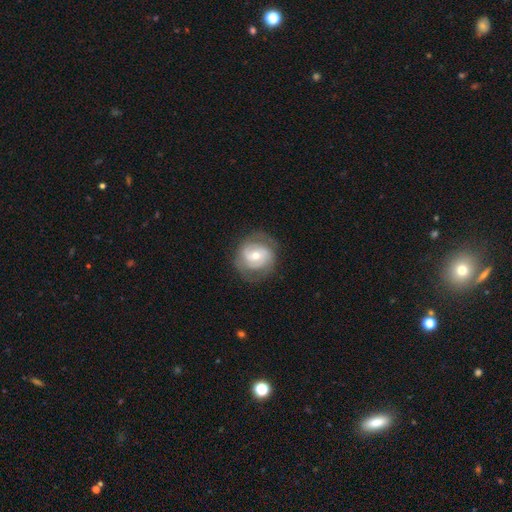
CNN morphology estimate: The model was most divided on "bar": no: 49%, weak: 38%, strong: 13%. More confident: edge-on disk — no (97%); spiral arms — yes (77%); merging — none (74%); smooth or featured — featured or disk (65%); bulge size — moderate (59%).